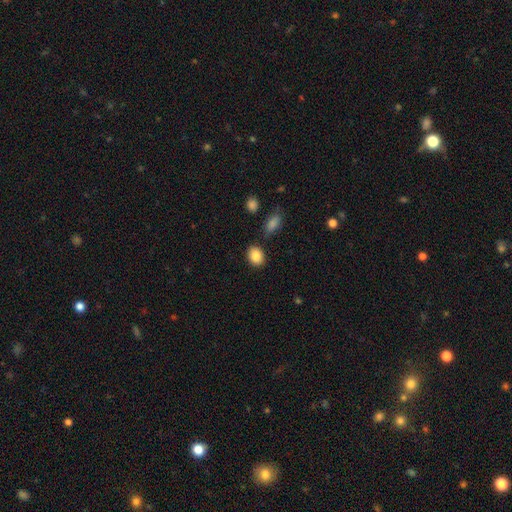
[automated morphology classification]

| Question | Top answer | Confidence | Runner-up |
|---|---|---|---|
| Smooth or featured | smooth | 87% | star or artifact (8%) |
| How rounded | in between | 58% | round (41%) |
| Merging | none | 83% | minor disturbance (10%) |